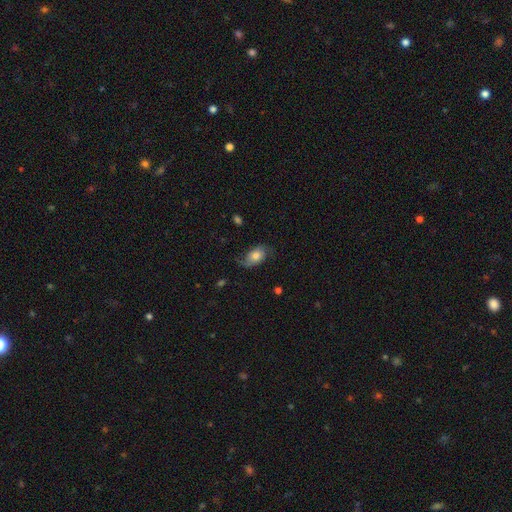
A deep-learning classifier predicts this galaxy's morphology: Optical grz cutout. It shows a smooth galaxy with no disk features (48%). Merging: none (61%).